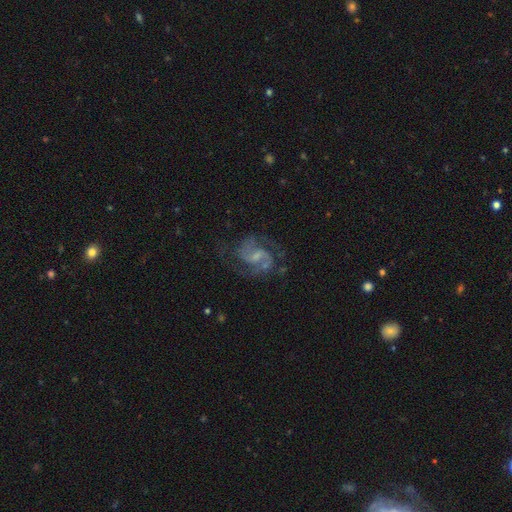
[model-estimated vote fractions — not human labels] Smooth or featured?
  - featured or disk: 87% *
  - smooth: 7%
  - star or artifact: 6%
Edge-on disk?
  - no: 98% *
  - yes: 2%
Bar?
  - weak: 55% *
  - no: 27%
  - strong: 17%
Spiral arms?
  - yes: 96% *
  - no: 4%
Spiral winding?
  - medium: 59% *
  - loose: 23%
  - tight: 17%
Spiral arm count?
  - 2: 87% *
  - can't tell: 4%
  - 3: 4%
  - 1: 2%
  - 4: 1%
  - more than 4: 1%
Bulge size?
  - small: 52% *
  - moderate: 24%
  - none: 21%
  - large: 2%
  - dominant: 1%
Merging?
  - none: 66% *
  - minor disturbance: 18%
  - major disturbance: 14%
  - merger: 2%